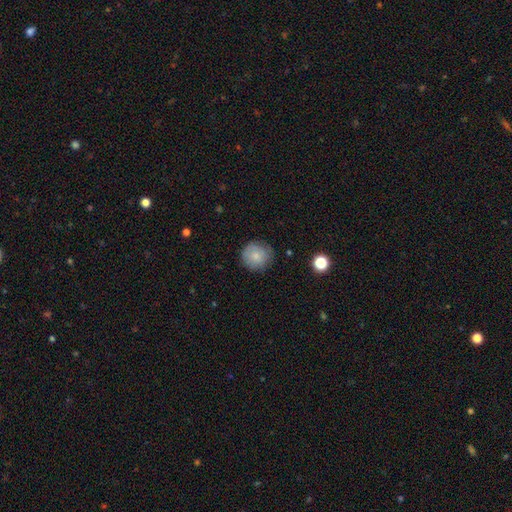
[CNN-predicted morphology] Smooth or featured? smooth (79%)
How rounded? round (92%)
Merging? none (81%)